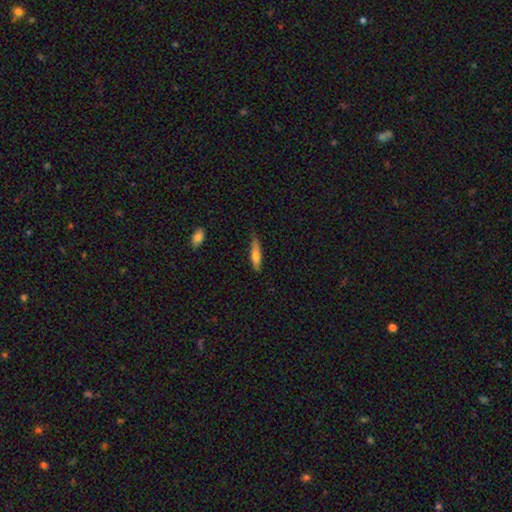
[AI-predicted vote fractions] Smooth or featured: smooth — 65% (featured or disk — 29%)
How rounded: cigar-shaped — 74% (in between — 24%)
Merging: none — 73% (minor disturbance — 22%)